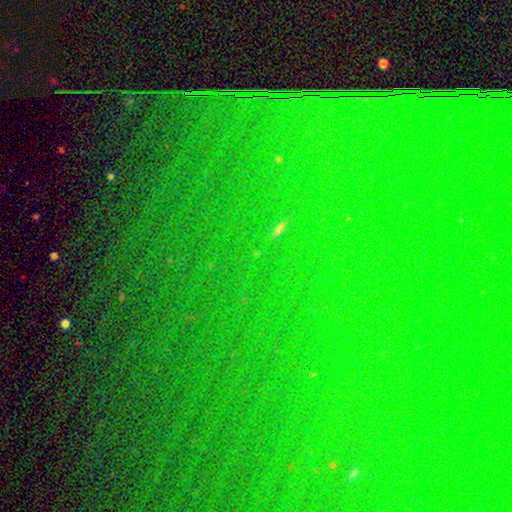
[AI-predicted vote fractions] Smooth or featured? star or artifact (83%)